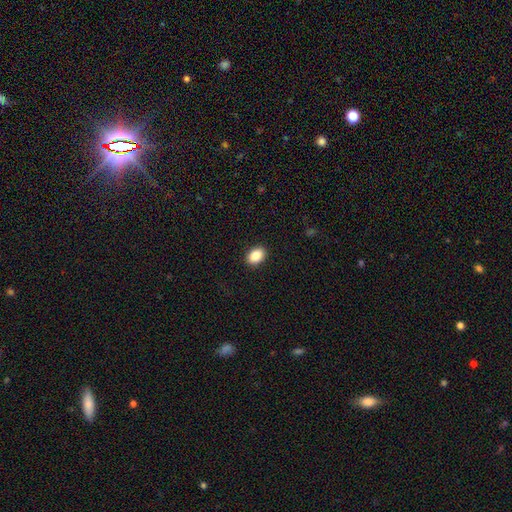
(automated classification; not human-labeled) The model was most divided on "how rounded": in between: 79%, round: 20%, cigar-shaped: 1%. More confident: merging — none (91%); smooth or featured — smooth (88%).